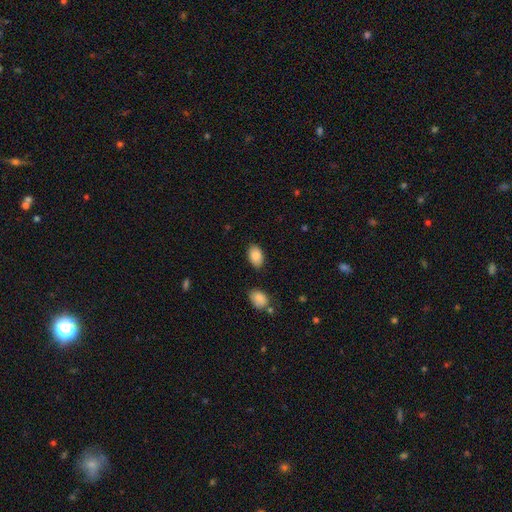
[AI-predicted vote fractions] smooth_or_featured: smooth (p=0.88) [alt: star or artifact p=0.07]
how_rounded: in between (p=0.91) [alt: round p=0.08]
merging: none (p=0.83) [alt: minor disturbance p=0.11]